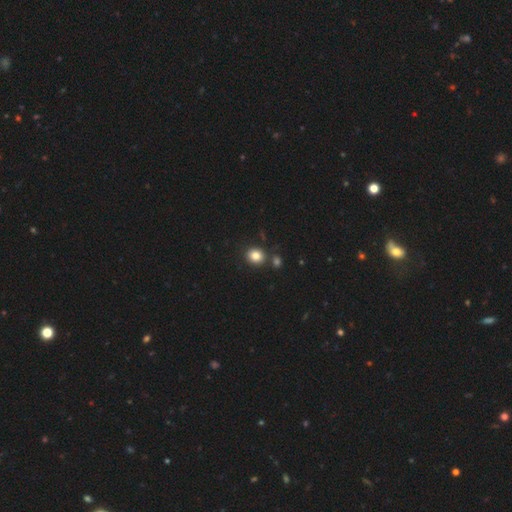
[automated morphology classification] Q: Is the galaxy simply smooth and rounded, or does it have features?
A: smooth — 83%.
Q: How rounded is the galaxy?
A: round — 73%.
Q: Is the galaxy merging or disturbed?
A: none — 78%.